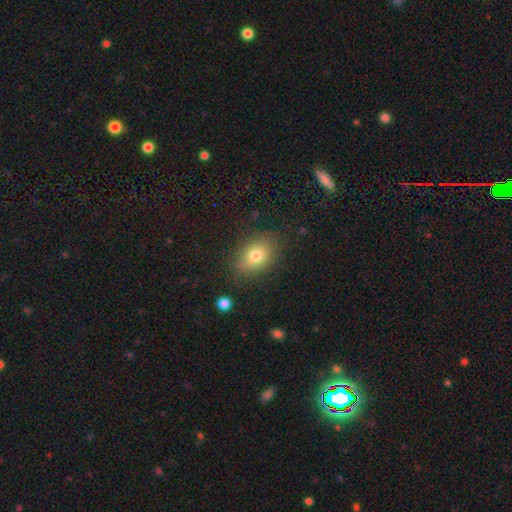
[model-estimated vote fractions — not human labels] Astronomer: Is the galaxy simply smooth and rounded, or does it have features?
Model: smooth — 76%.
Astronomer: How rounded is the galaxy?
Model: in between — 75%.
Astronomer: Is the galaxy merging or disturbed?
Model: none — 81%.